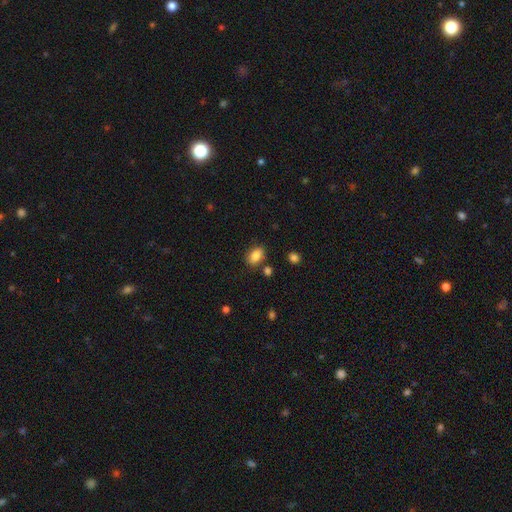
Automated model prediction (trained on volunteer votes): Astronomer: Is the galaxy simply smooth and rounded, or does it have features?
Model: smooth — 84%.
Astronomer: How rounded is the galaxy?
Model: in between — 85%.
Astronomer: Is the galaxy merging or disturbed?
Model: none — 78%.